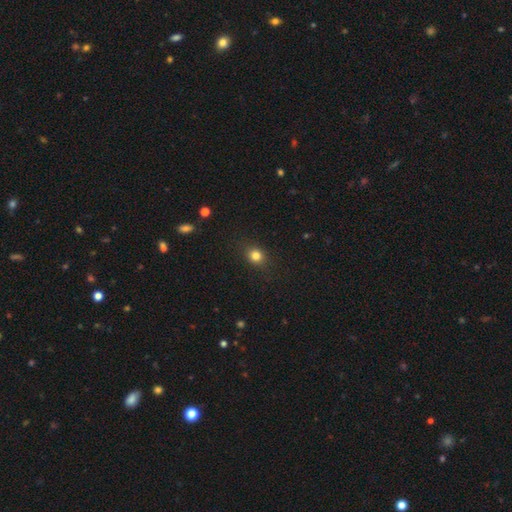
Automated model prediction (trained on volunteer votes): Smooth or featured? Predicted: smooth (p=0.81). How rounded? Predicted: round (p=0.70). Merging? Predicted: none (p=0.87).